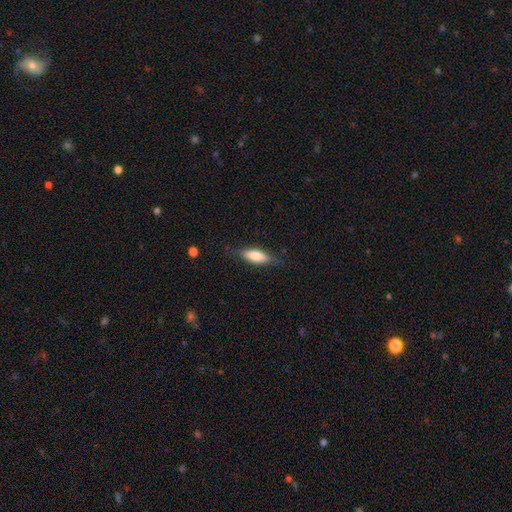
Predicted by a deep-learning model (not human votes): A smooth galaxy with no disk features (73%) that is in between round and cigar-shaped (61%).

Vote fractions:
- Smooth or featured? smooth: 73% / featured or disk: 21% / star or artifact: 6%
- How rounded? in between: 61% / cigar-shaped: 37% / round: 2%
- Merging? none: 78% / minor disturbance: 17% / major disturbance: 4% / merger: 1%